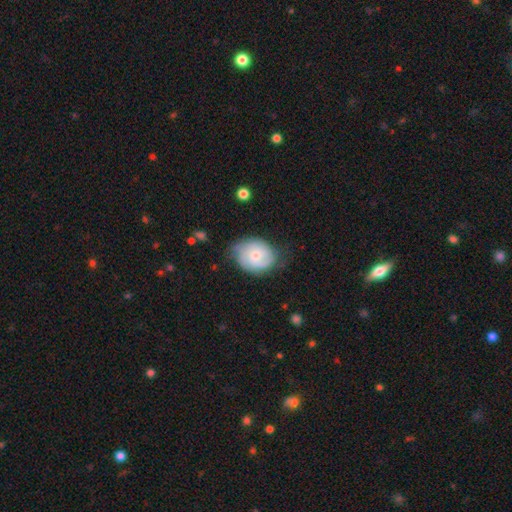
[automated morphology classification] smooth-or-featured: featured or disk: 59% | smooth: 35% | star or artifact: 7%
  disk-edge-on: no: 97% | yes: 3%
    bar: no: 76% | weak: 21% | strong: 3%
    has-spiral-arms: yes: 86% | no: 14%
    bulge-size: moderate: 51% | small: 44% | large: 2% | none: 2% | dominant: 1%
  merging: none: 63% | minor disturbance: 28% | major disturbance: 8% | merger: 2%